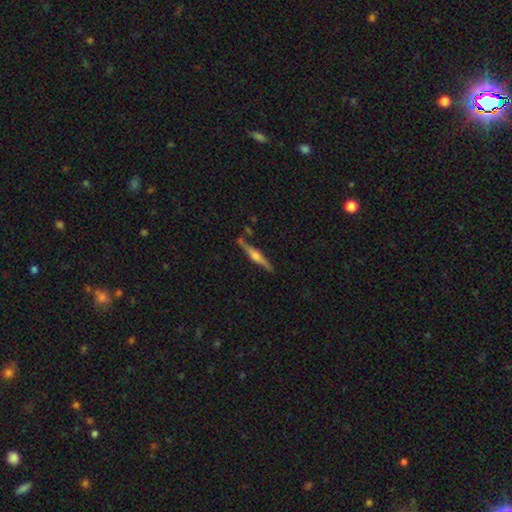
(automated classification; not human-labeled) This appears to be a featured or disk galaxy (75%) viewed edge-on (98%) with a rounded central bulge (86%). Merging: none (85%).